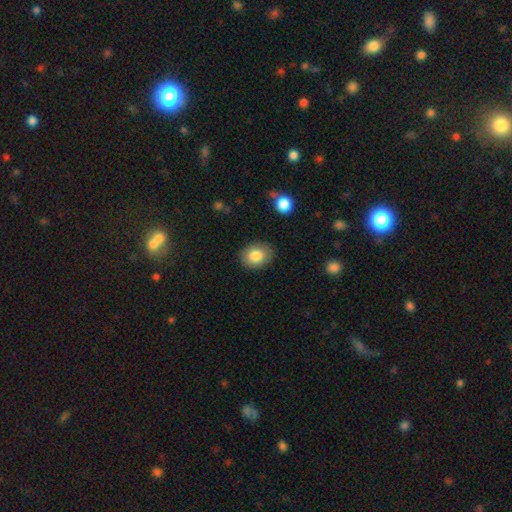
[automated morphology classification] type=smooth (83%); roundness=in between (58%); merging=none (86%).